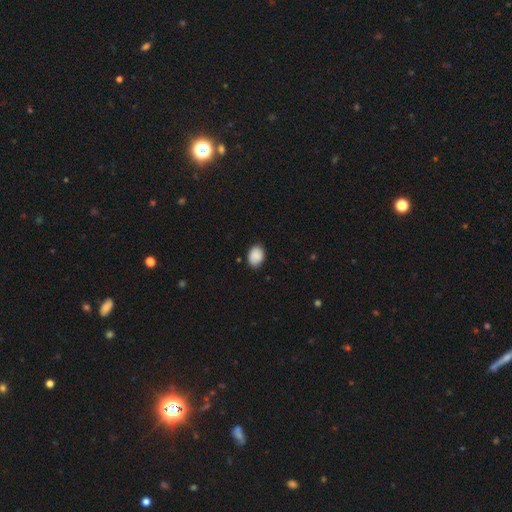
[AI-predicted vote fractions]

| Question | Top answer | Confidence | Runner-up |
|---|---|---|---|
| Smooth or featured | smooth | 89% | star or artifact (7%) |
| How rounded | in between | 66% | round (33%) |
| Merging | none | 84% | minor disturbance (12%) |